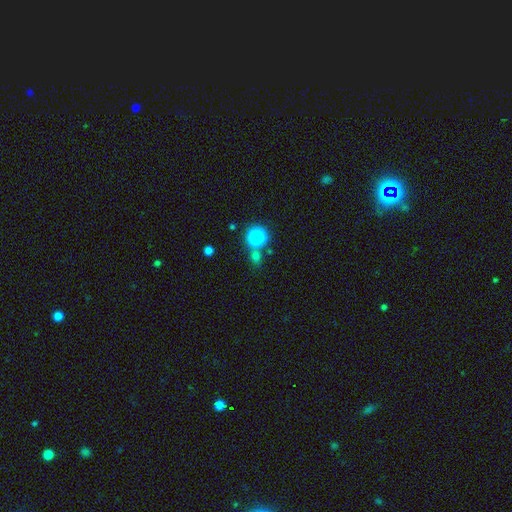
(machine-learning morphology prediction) A smooth galaxy with no disk features (63%) that is round (78%).

Vote fractions:
- Smooth or featured? smooth: 63% / star or artifact: 31% / featured or disk: 7%
- How rounded? round: 78% / in between: 21% / cigar-shaped: 1%
- Merging? none: 67% / merger: 18% / minor disturbance: 10% / major disturbance: 5%